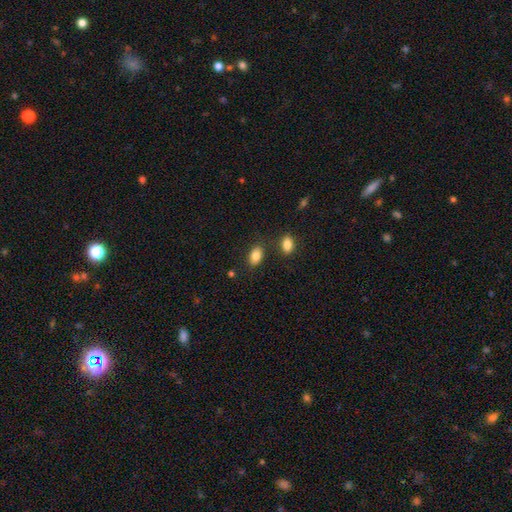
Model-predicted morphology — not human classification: This appears to be a smooth galaxy with no disk features (85%) that is in between round and cigar-shaped (89%). Merging: none (79%).